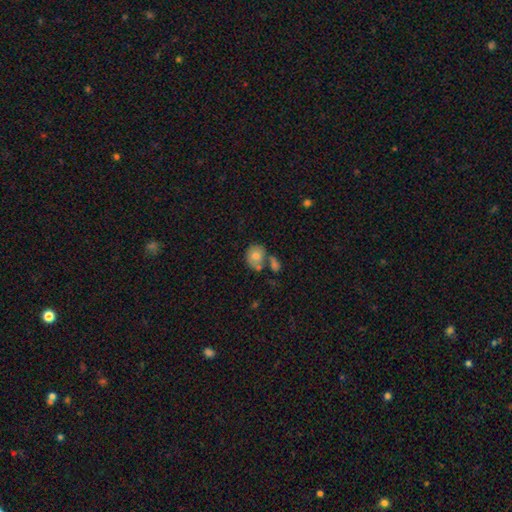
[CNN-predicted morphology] Smooth or featured? smooth (76%)
How rounded? round (61%)
Merging? none (46%)